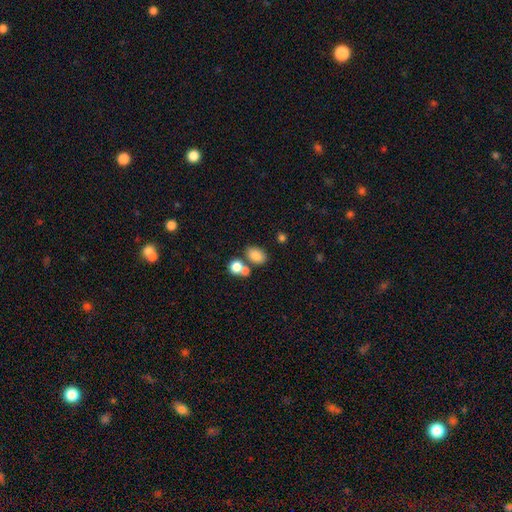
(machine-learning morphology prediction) Q: Smooth or featured?
A: smooth (81%); runner-up: star or artifact (10%)
Q: How rounded?
A: in between (79%); runner-up: round (20%)
Q: Merging?
A: none (54%); runner-up: merger (31%)